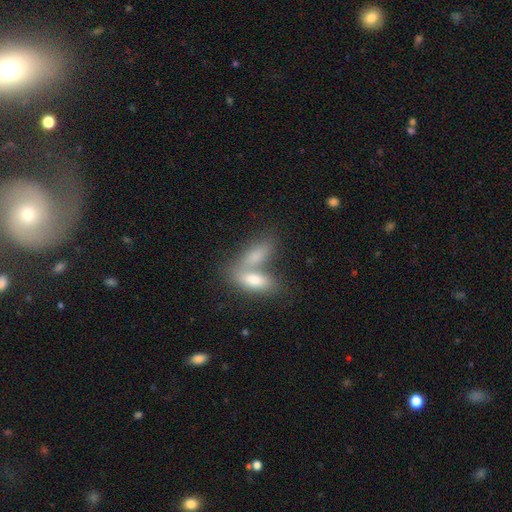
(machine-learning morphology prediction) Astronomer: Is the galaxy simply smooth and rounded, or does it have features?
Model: smooth — 77%.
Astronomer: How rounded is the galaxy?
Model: in between — 75%.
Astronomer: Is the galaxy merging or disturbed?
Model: merger — 61%.